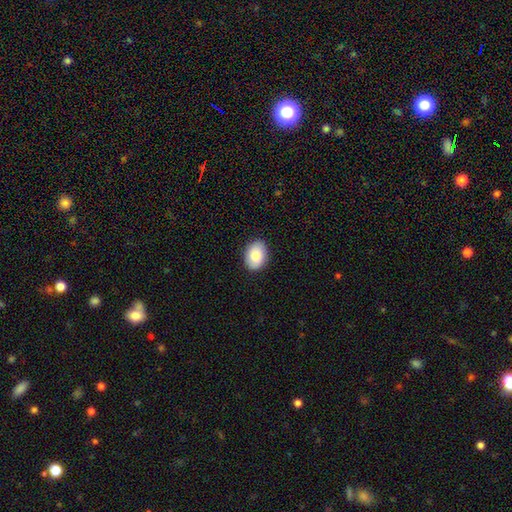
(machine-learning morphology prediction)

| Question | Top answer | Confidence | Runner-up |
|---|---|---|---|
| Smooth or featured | smooth | 83% | featured or disk (10%) |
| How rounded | in between | 78% | round (21%) |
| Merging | none | 88% | minor disturbance (9%) |